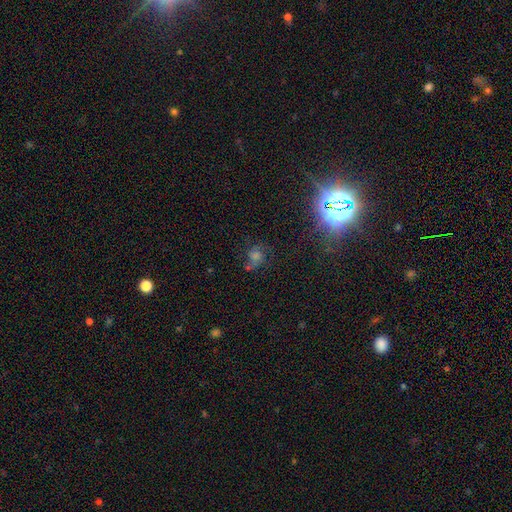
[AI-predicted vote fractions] This appears to be a star or artifact, not a galaxy (37%).